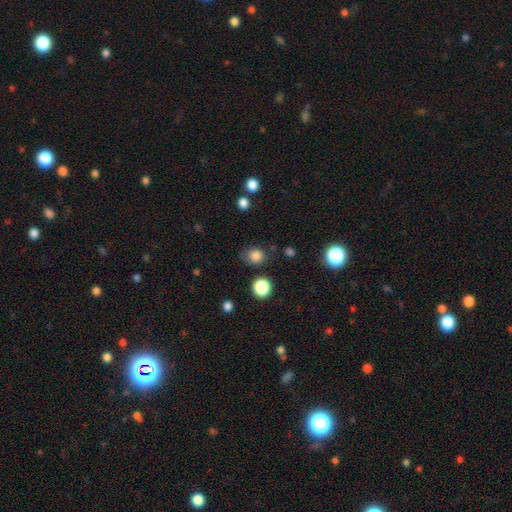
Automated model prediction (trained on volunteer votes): This appears to be a smooth galaxy with no disk features (83%) that is round (69%). Merging: none (74%).